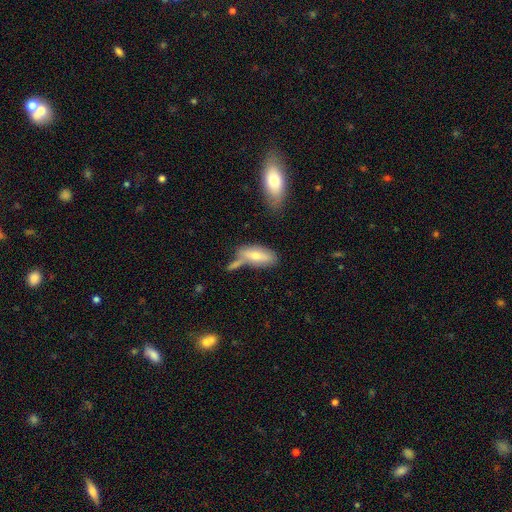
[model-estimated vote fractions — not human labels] Morphology: type=smooth (66%); roundness=in between (75%); merging=none (50%).